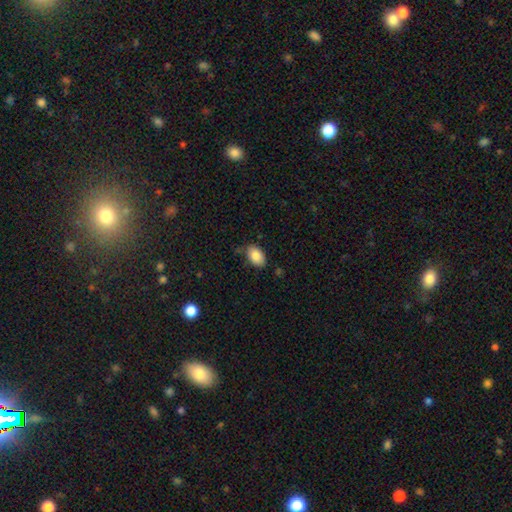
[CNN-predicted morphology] Overall: smooth (85%). How rounded: in between (91%). Merging: none (76%).